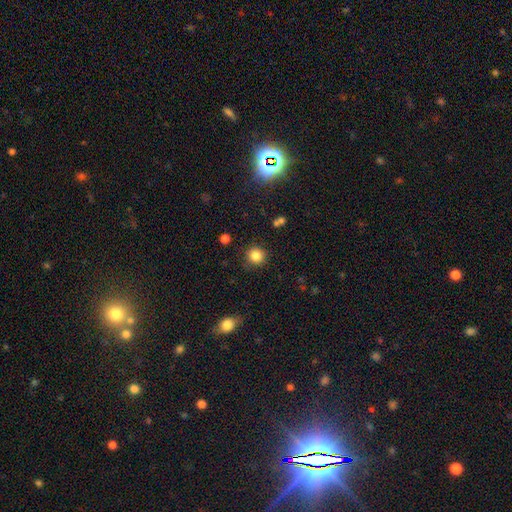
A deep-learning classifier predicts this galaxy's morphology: Smooth or featured? Predicted: smooth (p=0.84). How rounded? Predicted: round (p=0.92). Merging? Predicted: none (p=0.86).